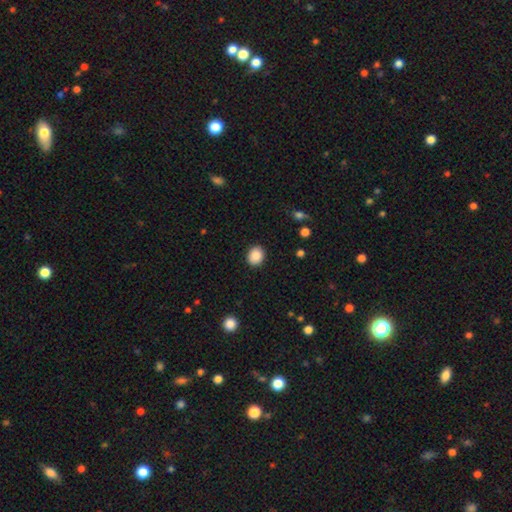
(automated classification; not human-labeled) smooth-or-featured: smooth: 89% | star or artifact: 8% | featured or disk: 3%
  how-rounded: round: 59% | in between: 41% | cigar-shaped: 1%
  merging: none: 90% | minor disturbance: 7% | major disturbance: 2% | merger: 1%